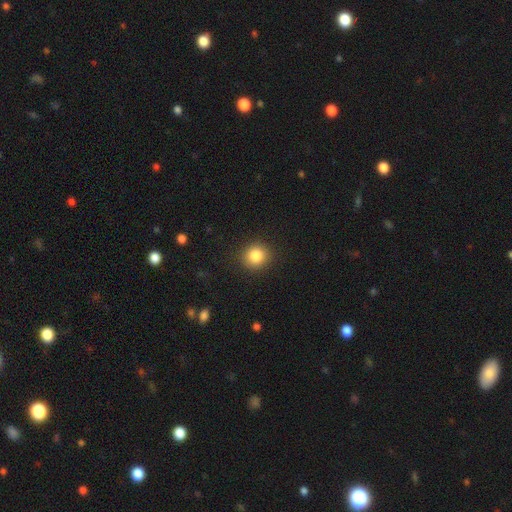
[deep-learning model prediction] Smooth or featured?
  - smooth: 85% *
  - star or artifact: 10%
  - featured or disk: 5%
How rounded?
  - round: 87% *
  - in between: 12%
  - cigar-shaped: 1%
Merging?
  - none: 90% *
  - minor disturbance: 7%
  - major disturbance: 2%
  - merger: 1%